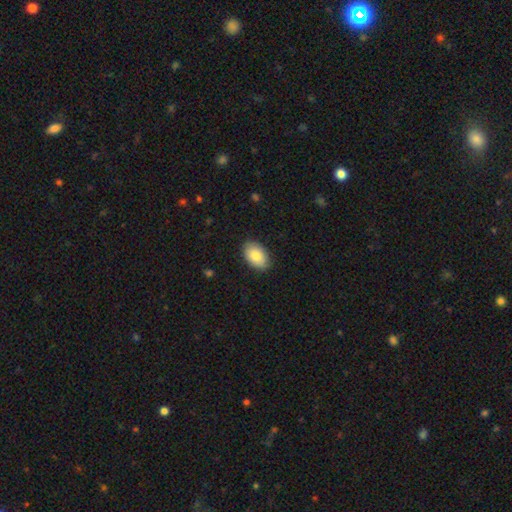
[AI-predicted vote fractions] smooth_or_featured: smooth (p=0.85) [alt: featured or disk p=0.09]
how_rounded: in between (p=0.92) [alt: round p=0.07]
merging: none (p=0.87) [alt: minor disturbance p=0.10]